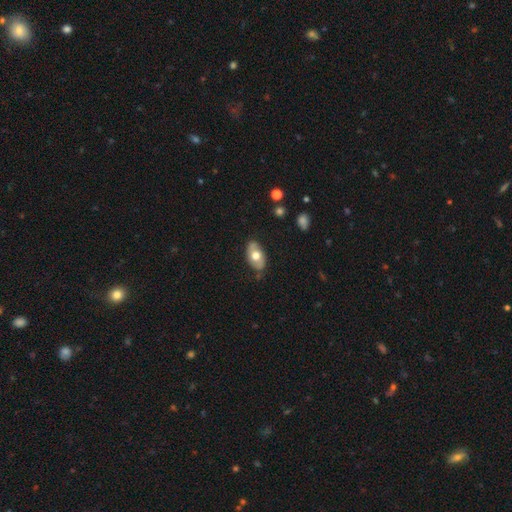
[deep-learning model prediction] Q: Smooth or featured?
A: smooth (56%); runner-up: featured or disk (38%)
Q: How rounded?
A: in between (90%); runner-up: round (8%)
Q: Merging?
A: none (77%); runner-up: minor disturbance (18%)